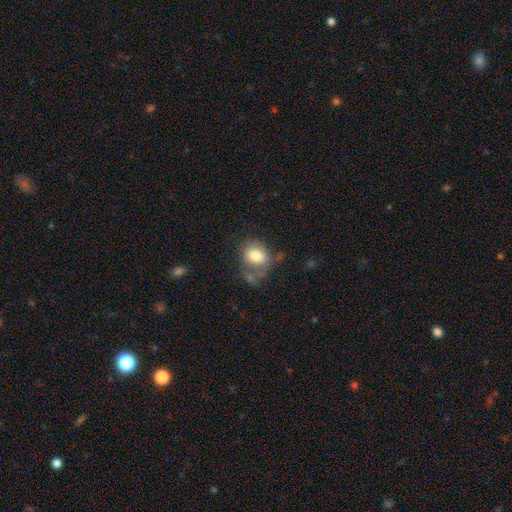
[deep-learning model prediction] A smooth galaxy with no disk features (77%) that is in between round and cigar-shaped (50%).

Vote fractions:
- Smooth or featured? smooth: 77% / featured or disk: 15% / star or artifact: 8%
- How rounded? in between: 50% / round: 49% / cigar-shaped: 1%
- Merging? none: 43% / minor disturbance: 26% / major disturbance: 21% / merger: 11%